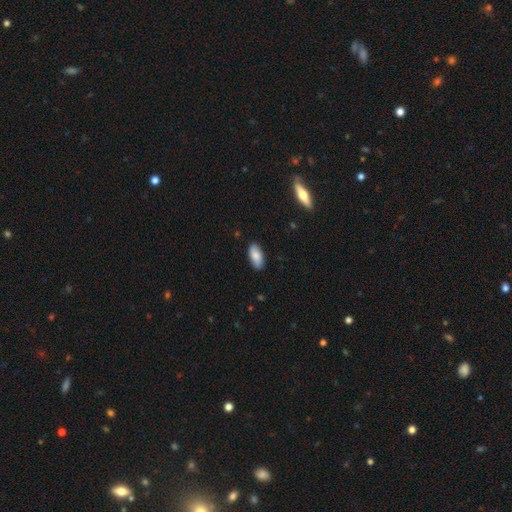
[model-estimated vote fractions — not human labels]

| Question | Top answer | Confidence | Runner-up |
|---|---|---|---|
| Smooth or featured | smooth | 83% | featured or disk (11%) |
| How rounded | in between | 91% | cigar-shaped (7%) |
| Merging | none | 88% | minor disturbance (10%) |